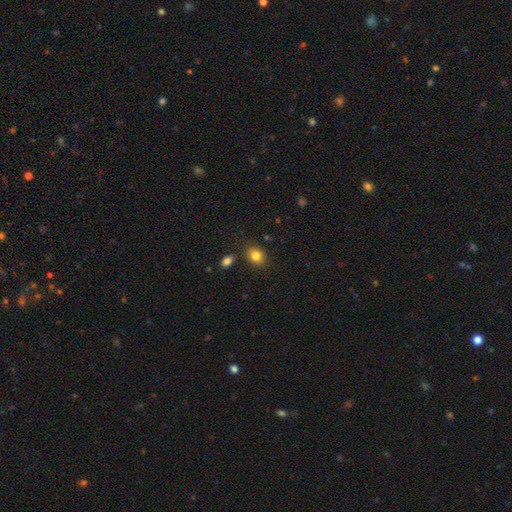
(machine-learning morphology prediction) This appears to be a smooth galaxy with no disk features (84%) that is in between round and cigar-shaped (50%). Merging: none (82%).